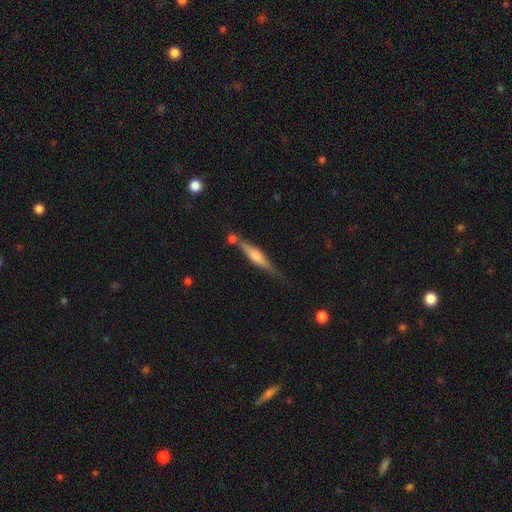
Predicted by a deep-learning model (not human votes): The model was most divided on "smooth or featured": featured or disk: 62%, smooth: 31%, star or artifact: 7%. More confident: edge-on disk — yes (95%); edge-on bulge — rounded (78%); merging — none (68%).